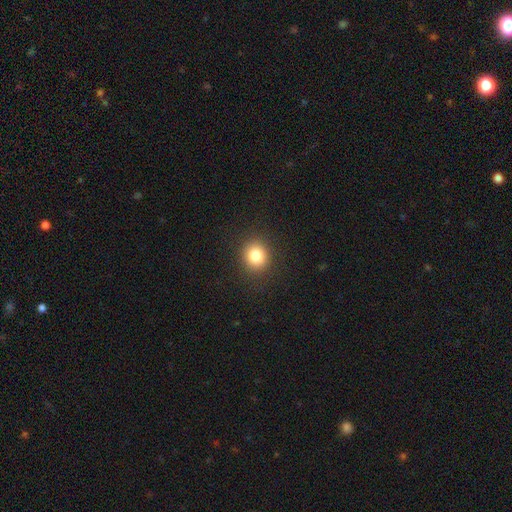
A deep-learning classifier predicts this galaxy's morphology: This is clearly a smooth galaxy (82%). How rounded: clearly round (82%). Merging: clearly none (90%).